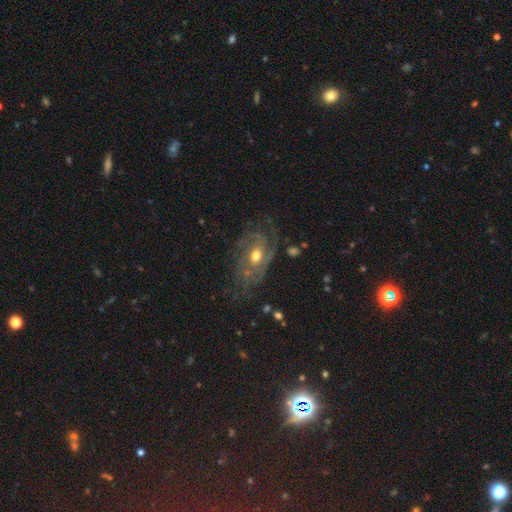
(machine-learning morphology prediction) type=featured or disk (81%); edge-on=no (95%); bar=no (72%); spiral arms=yes (89%); winding=tight (46%); arm count=can't tell (33%); bulge=moderate (72%); merging=none (62%).